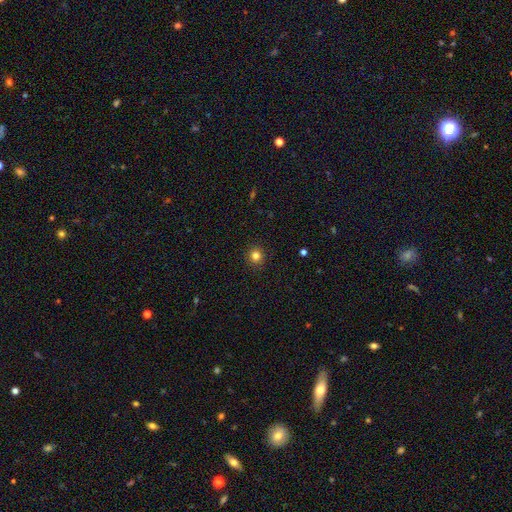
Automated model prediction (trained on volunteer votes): smooth 82%, star or artifact 13%, featured or disk 5%. Down the decision tree: how rounded — round (92%); merging — none (92%).